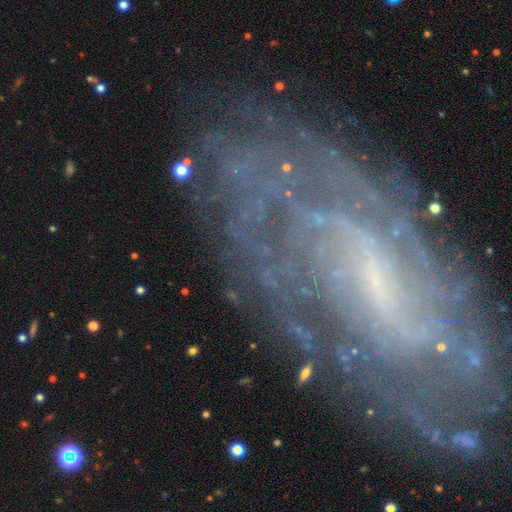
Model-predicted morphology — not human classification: featured or disk 81%, star or artifact 11%, smooth 8%. Down the decision tree: edge-on disk — no (95%); bar — weak (38%); spiral arms — yes (90%); spiral arm count — can't tell (35%); spiral winding — tight (51%); bulge size — small (55%); merging — none (67%).